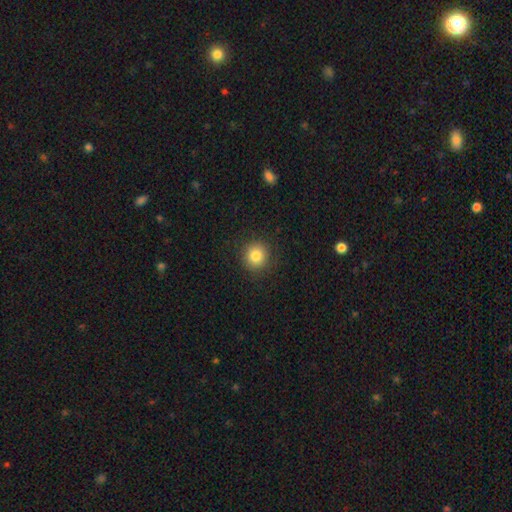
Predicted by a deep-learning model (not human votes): Smooth or featured? smooth (83%)
How rounded? round (92%)
Merging? none (89%)